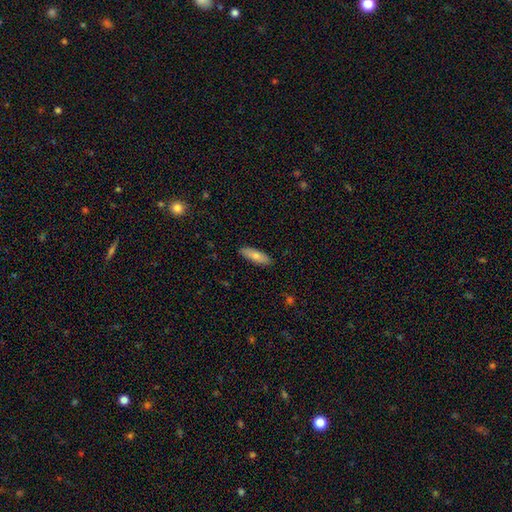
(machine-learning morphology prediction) smooth-or-featured: smooth: 76% | featured or disk: 18% | star or artifact: 6%
  how-rounded: in between: 52% | cigar-shaped: 46% | round: 2%
  merging: none: 88% | minor disturbance: 9% | major disturbance: 2% | merger: 1%